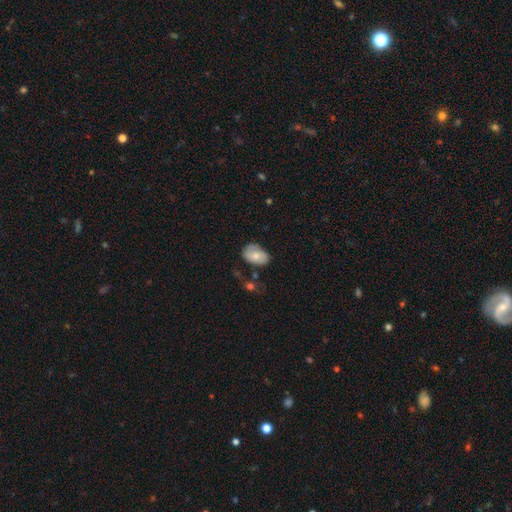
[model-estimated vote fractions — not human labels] Overall: smooth (67%). How rounded: in between (85%). Merging: none (56%; minor disturbance 30%).